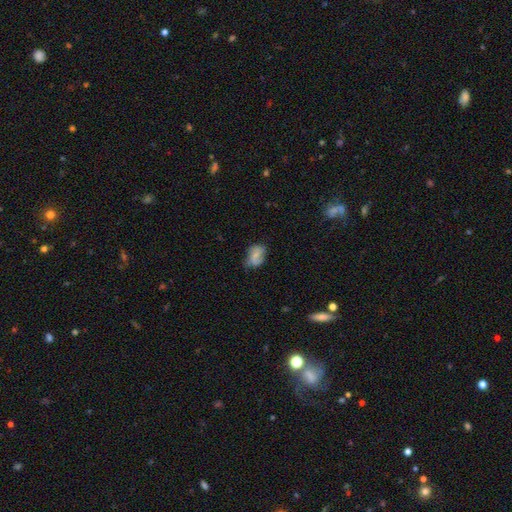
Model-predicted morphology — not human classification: This appears to be a smooth galaxy with no disk features (54%) that is in between round and cigar-shaped (79%). Merging: none (51%).